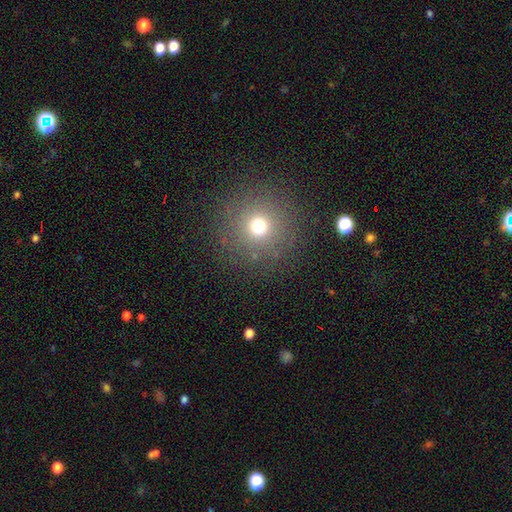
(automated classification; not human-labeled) Smooth or featured? smooth (58%)
How rounded? round (96%)
Merging? none (91%)